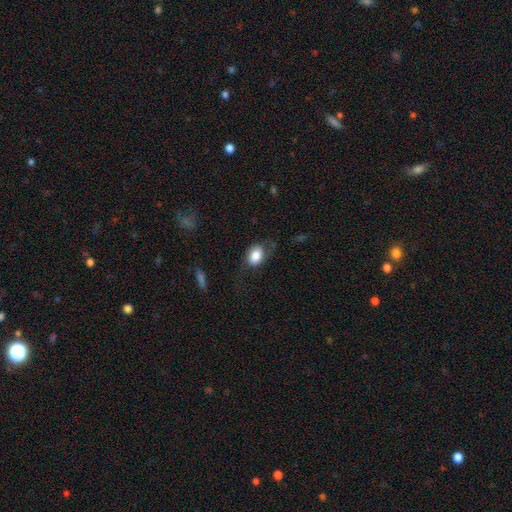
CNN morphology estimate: This is likely a smooth galaxy (77%). How rounded: likely in between (79%). Merging: possibly none (53%).